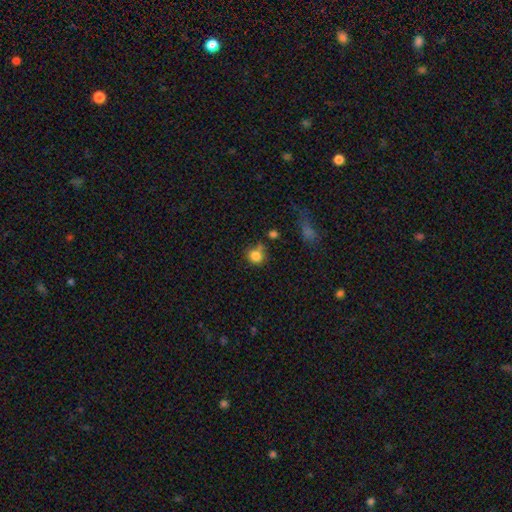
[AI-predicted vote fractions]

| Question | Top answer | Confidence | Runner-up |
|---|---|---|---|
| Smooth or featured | smooth | 82% | star or artifact (11%) |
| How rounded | round | 83% | in between (15%) |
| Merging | none | 58% | minor disturbance (21%) |